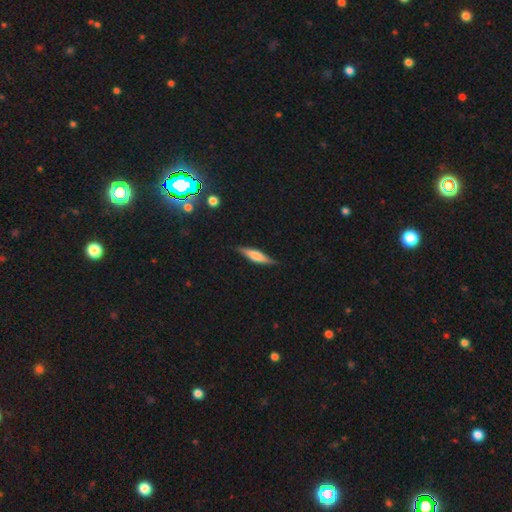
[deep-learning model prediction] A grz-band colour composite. It shows a smooth galaxy with no disk features (49%). Merging: none (85%).